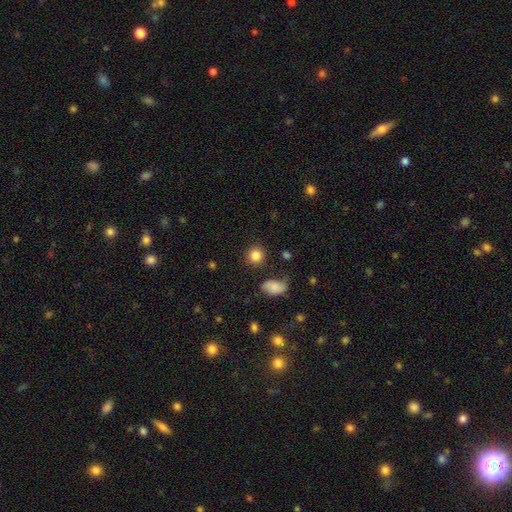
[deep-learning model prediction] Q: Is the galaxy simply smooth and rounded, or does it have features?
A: smooth — 84%.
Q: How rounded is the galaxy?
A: round — 88%.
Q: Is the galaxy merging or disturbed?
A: none — 84%.